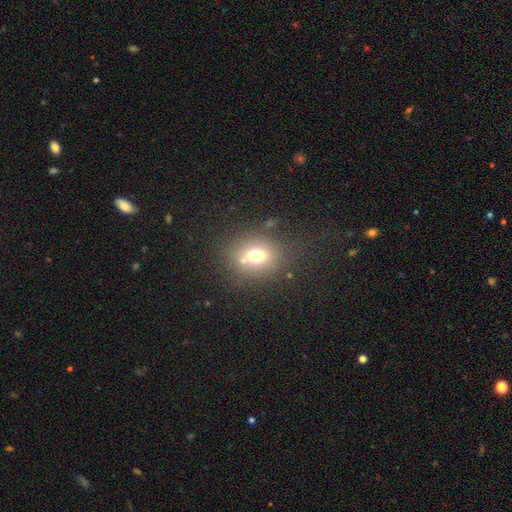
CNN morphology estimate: Smooth or featured? smooth (69%)
How rounded? round (59%)
Merging? none (68%)